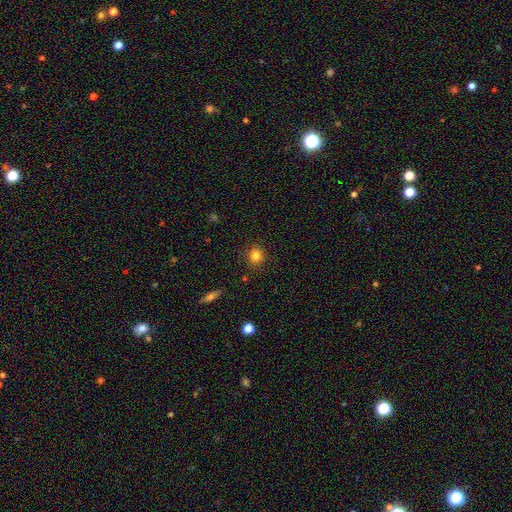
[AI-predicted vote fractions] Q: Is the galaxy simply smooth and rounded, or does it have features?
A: smooth — 82%.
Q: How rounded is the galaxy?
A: round — 87%.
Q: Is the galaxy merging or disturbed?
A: none — 89%.